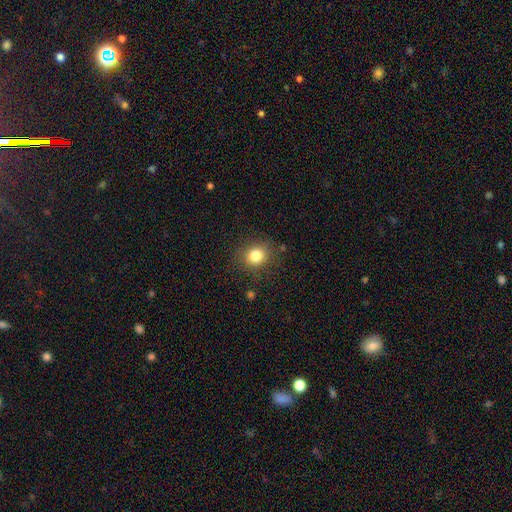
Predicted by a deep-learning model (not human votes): smooth 82%, star or artifact 11%, featured or disk 7%. Down the decision tree: how rounded — round (71%); merging — none (83%).